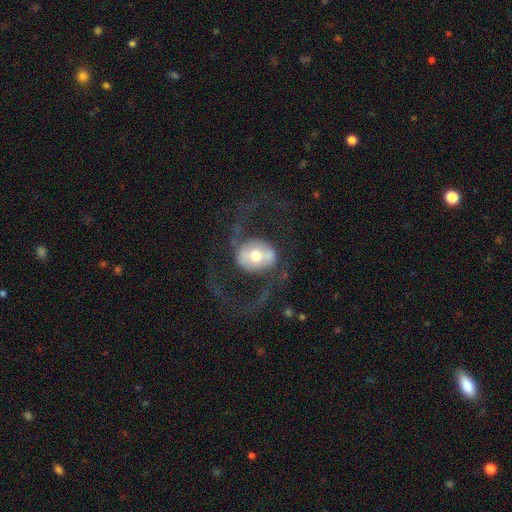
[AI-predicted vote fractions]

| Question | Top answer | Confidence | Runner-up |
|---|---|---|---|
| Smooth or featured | featured or disk | 70% | smooth (24%) |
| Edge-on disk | no | 95% | yes (5%) |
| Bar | no | 49% | weak (28%) |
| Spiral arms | yes | 67% | no (33%) |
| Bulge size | moderate | 63% | small (22%) |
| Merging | none | 54% | major disturbance (30%) |